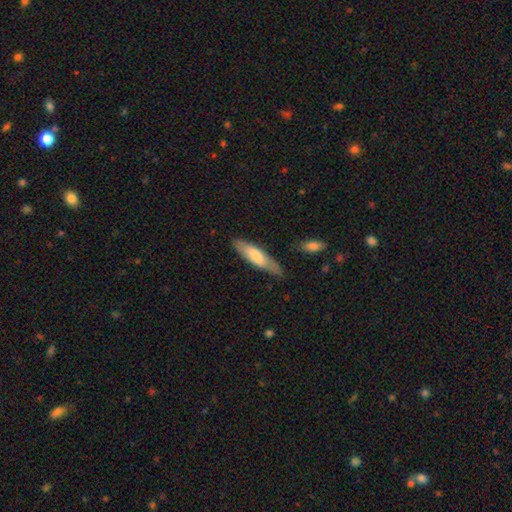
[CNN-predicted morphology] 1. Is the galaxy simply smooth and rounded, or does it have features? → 66% smooth, 29% featured or disk, 5% star or artifact.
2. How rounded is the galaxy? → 64% cigar-shaped, 34% in between, 1% round.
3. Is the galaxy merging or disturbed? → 78% none, 16% minor disturbance, 4% major disturbance, 2% merger.